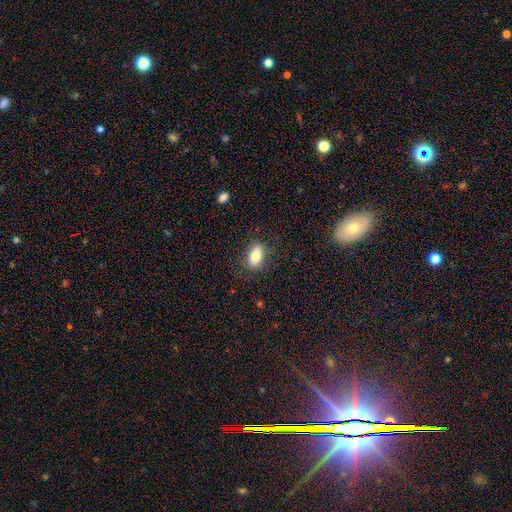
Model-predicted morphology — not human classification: Smooth or featured? Predicted: smooth (p=0.75). How rounded? Predicted: in between (p=0.88). Merging? Predicted: none (p=0.80).